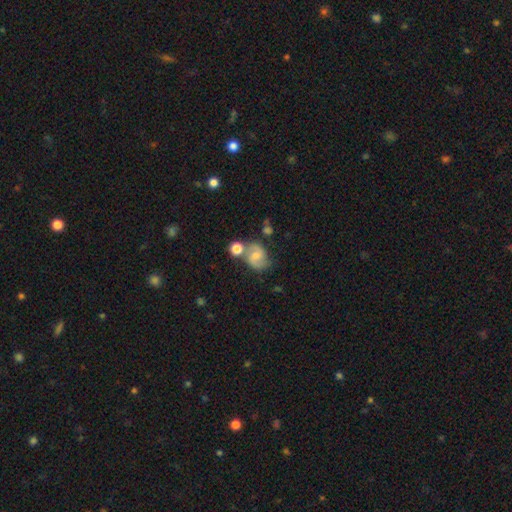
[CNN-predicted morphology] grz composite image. It shows a featured or disk galaxy (56%) with no bar (47%), spiral arms (87%) and a moderate central bulge (49%). Merging: none (54%).